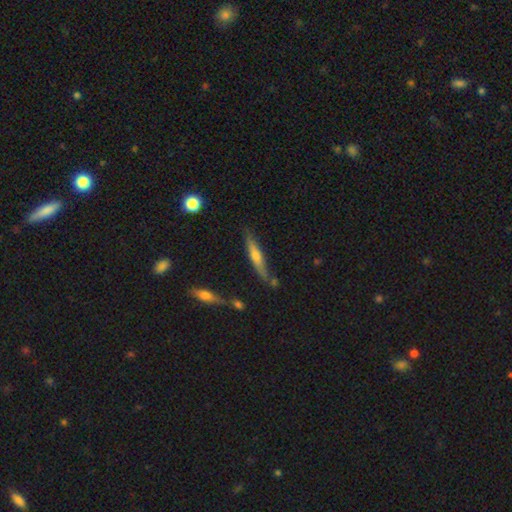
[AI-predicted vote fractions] This is possibly a featured or disk galaxy (50%). It is clearly viewed edge-on (93%). Merging: likely none (75%).